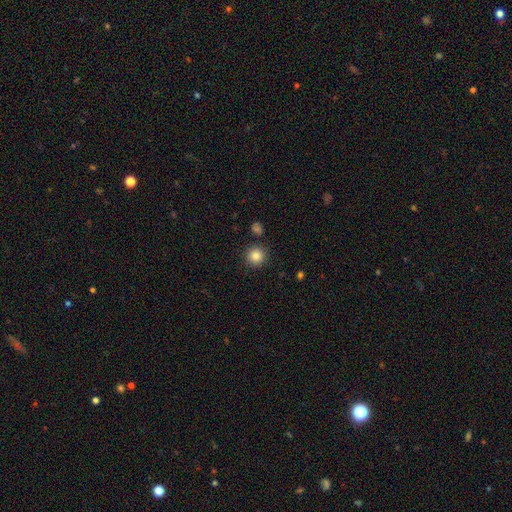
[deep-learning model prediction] This appears to be a smooth galaxy with no disk features (84%) that is round (94%). Merging: none (89%).